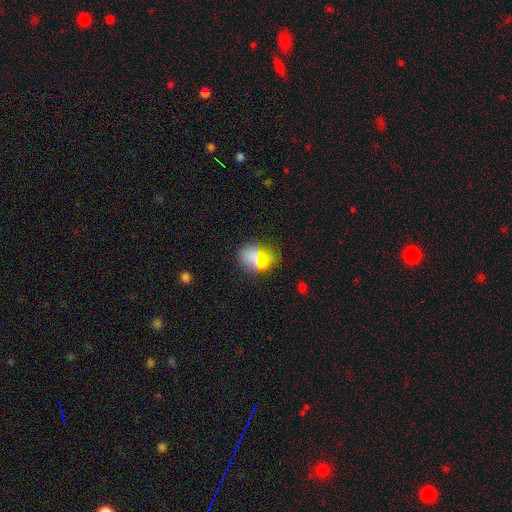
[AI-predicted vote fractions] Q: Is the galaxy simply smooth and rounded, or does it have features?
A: smooth — 68%.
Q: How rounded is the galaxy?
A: round — 58%.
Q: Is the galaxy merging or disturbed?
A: none — 75%.